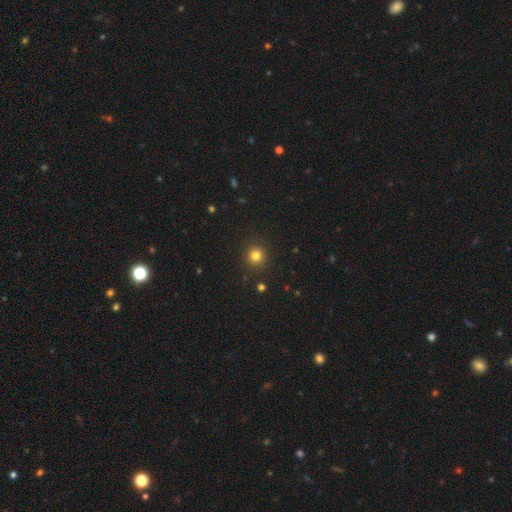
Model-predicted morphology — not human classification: The model was most divided on "smooth or featured": smooth: 81%, star or artifact: 14%, featured or disk: 5%. More confident: how rounded — round (93%); merging — none (91%).